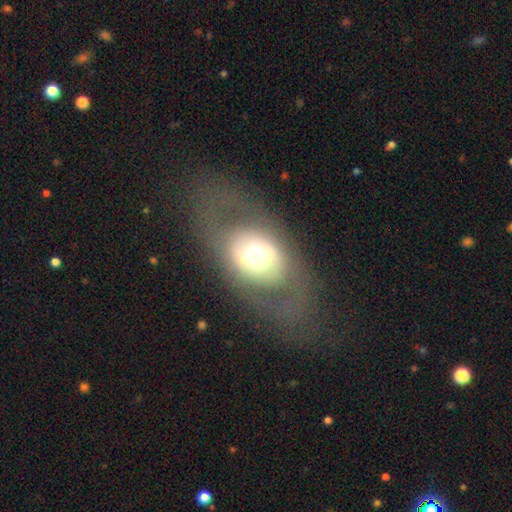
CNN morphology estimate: Q: Smooth or featured?
A: smooth (48%); runner-up: featured or disk (41%)
Q: Merging?
A: none (65%); runner-up: major disturbance (19%)